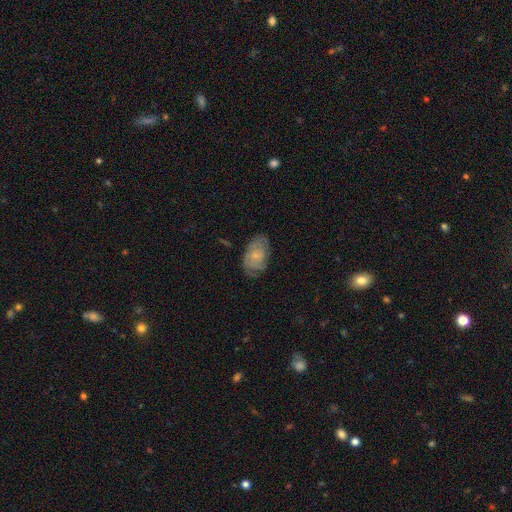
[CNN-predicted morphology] Smooth or featured: featured or disk — 57% (smooth — 36%)
Edge-on disk: no — 96% (yes — 4%)
Bar: no — 73% (weak — 23%)
Spiral arms: yes — 82% (no — 18%)
Bulge size: small — 63% (moderate — 20%)
Merging: none — 65% (minor disturbance — 24%)